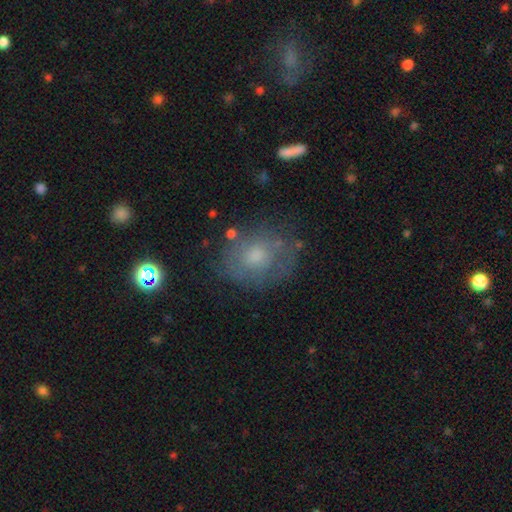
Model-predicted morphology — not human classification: This appears to be a smooth galaxy with no disk features (49%). Merging: none (66%).